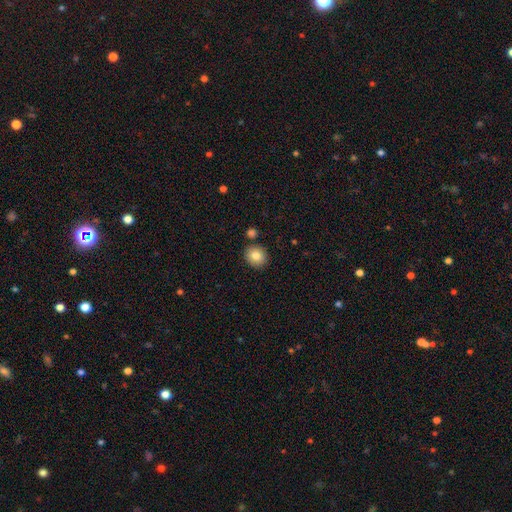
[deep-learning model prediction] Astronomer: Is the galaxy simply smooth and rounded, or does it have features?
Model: smooth — 82%.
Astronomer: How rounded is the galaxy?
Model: round — 78%.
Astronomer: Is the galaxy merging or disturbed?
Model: none — 84%.